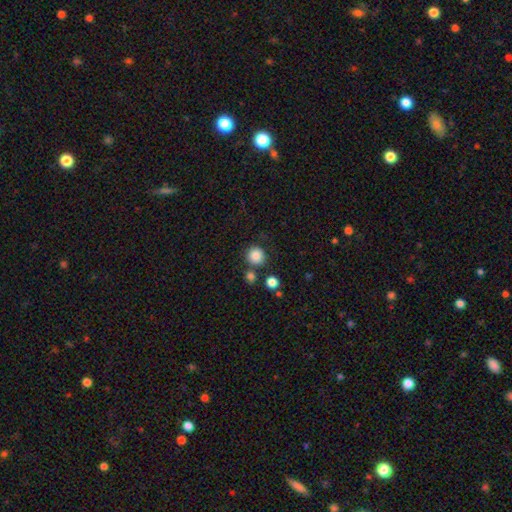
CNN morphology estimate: smooth-or-featured: smooth: 85% | star or artifact: 10% | featured or disk: 4%
  how-rounded: round: 92% | in between: 7% | cigar-shaped: 1%
  merging: none: 77% | merger: 11% | minor disturbance: 9% | major disturbance: 3%